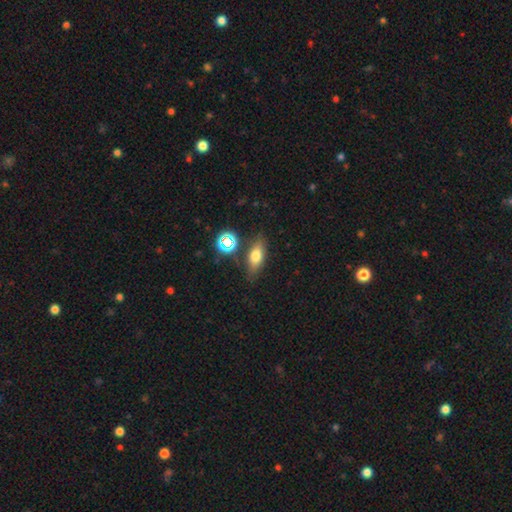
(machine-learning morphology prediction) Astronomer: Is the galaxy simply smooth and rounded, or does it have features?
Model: smooth — 66%.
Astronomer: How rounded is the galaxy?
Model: in between — 70%.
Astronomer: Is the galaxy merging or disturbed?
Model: none — 77%.